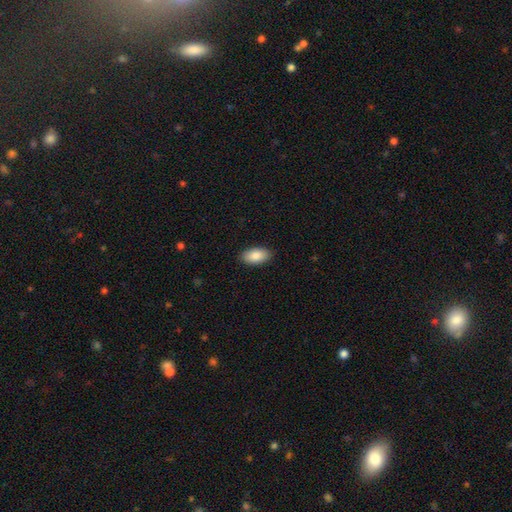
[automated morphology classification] Overall: smooth (88%). How rounded: in between (95%). Merging: none (89%).